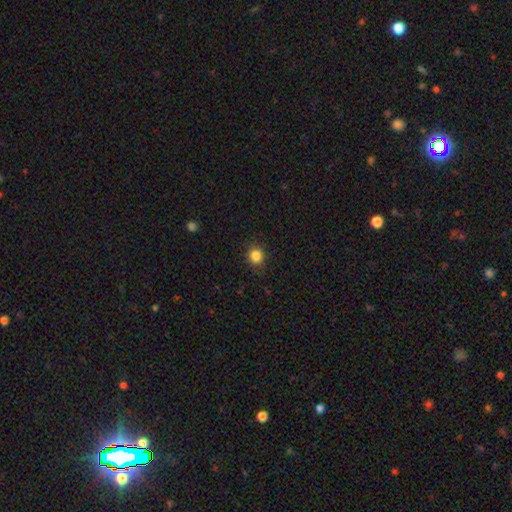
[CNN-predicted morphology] The model was most divided on "how rounded": round: 85%, in between: 14%, cigar-shaped: 1%. More confident: merging — none (88%); smooth or featured — smooth (85%).